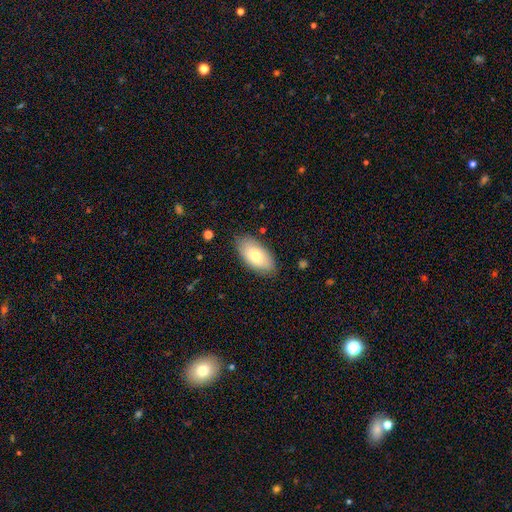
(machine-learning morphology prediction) Smooth or featured? Predicted: smooth (p=0.74). How rounded? Predicted: in between (p=0.94). Merging? Predicted: none (p=0.83).